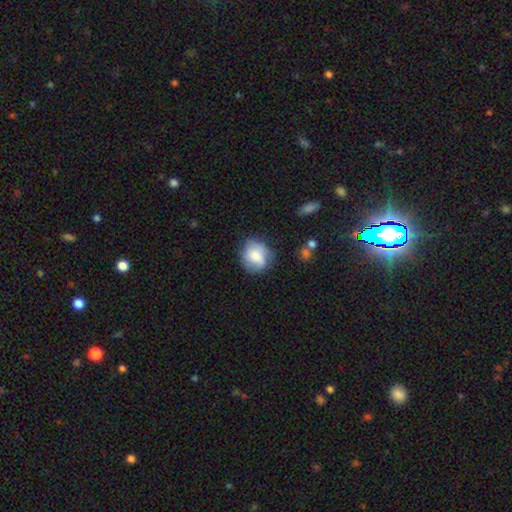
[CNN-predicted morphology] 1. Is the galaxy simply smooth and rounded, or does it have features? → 66% smooth, 26% featured or disk, 8% star or artifact.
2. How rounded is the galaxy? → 77% round, 22% in between, 1% cigar-shaped.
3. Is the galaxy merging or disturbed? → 66% none, 23% minor disturbance, 8% major disturbance, 3% merger.